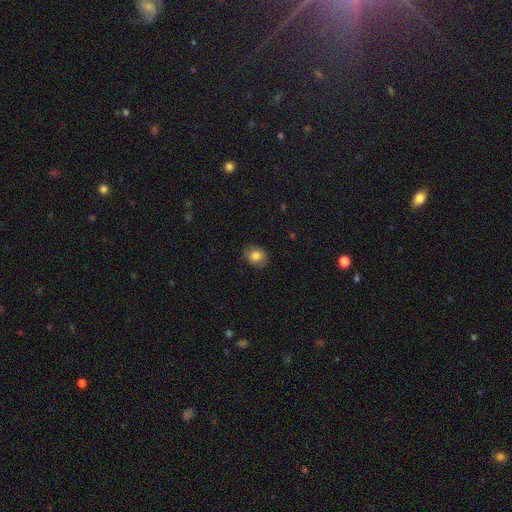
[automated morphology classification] Overall: smooth (81%). How rounded: round (57%; in between 42%). Merging: none (81%).